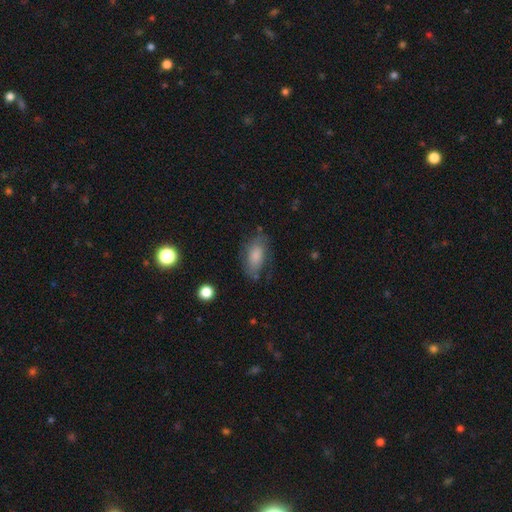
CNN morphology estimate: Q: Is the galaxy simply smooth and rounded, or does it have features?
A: smooth — 73%.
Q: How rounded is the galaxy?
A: in between — 90%.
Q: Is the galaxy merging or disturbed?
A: none — 66%.